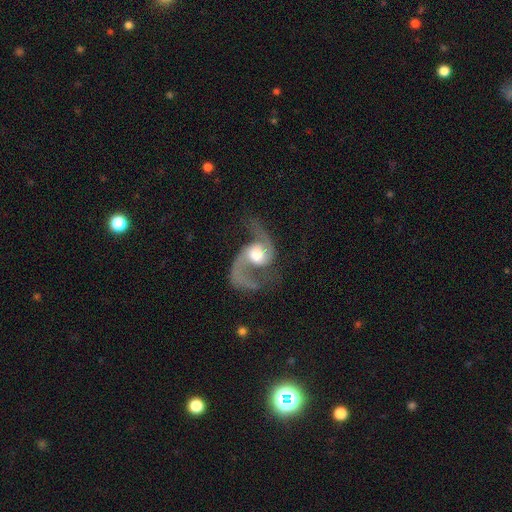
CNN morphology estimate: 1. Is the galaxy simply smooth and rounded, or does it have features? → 90% featured or disk, 6% smooth, 5% star or artifact.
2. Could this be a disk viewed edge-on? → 98% no, 2% yes.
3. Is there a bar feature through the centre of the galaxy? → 60% no, 31% weak, 10% strong.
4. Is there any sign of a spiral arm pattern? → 97% yes, 3% no.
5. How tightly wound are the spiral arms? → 64% loose, 31% medium, 5% tight.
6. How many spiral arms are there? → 91% 2, 4% 1, 1% can't tell, 1% 3, 1% 4, 1% more than 4.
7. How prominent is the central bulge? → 44% large, 39% moderate, 7% dominant, 7% small, 3% none.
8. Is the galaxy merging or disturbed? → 61% none, 20% major disturbance, 16% minor disturbance, 3% merger.